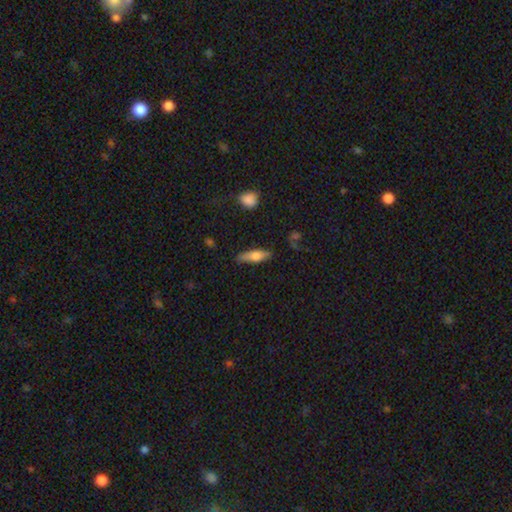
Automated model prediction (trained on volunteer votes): This appears to be a smooth galaxy with no disk features (63%) that is cigar-shaped (58%). Merging: none (81%).